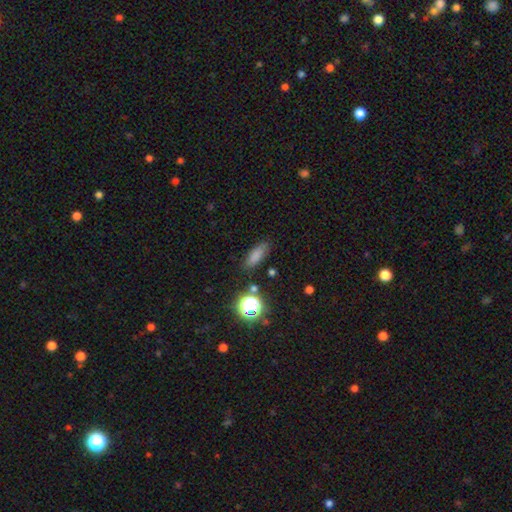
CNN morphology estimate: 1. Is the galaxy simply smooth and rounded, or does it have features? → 76% smooth, 15% star or artifact, 9% featured or disk.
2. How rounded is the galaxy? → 61% in between, 31% cigar-shaped, 8% round.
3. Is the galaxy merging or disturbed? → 78% none, 14% minor disturbance, 4% major disturbance, 4% merger.